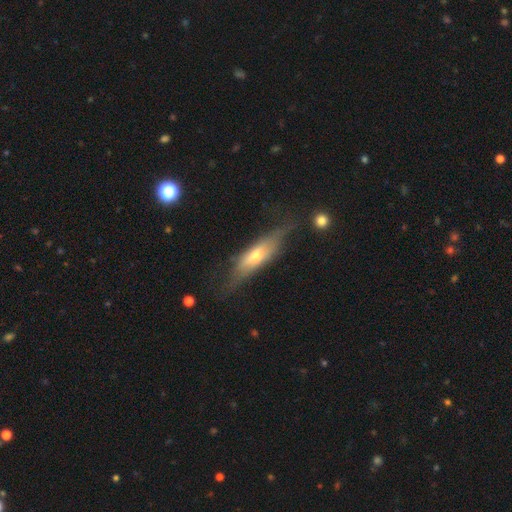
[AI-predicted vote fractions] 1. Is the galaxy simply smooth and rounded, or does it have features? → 51% featured or disk, 42% smooth, 7% star or artifact.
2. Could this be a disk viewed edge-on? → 70% yes, 30% no.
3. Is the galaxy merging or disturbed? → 59% none, 26% minor disturbance, 13% major disturbance, 3% merger.